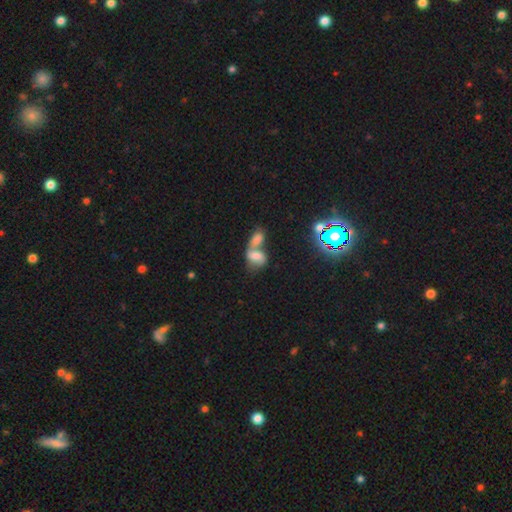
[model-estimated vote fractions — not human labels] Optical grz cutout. It shows a smooth galaxy with no disk features (60%) that is in between round and cigar-shaped (81%). Merging: merger (77%).